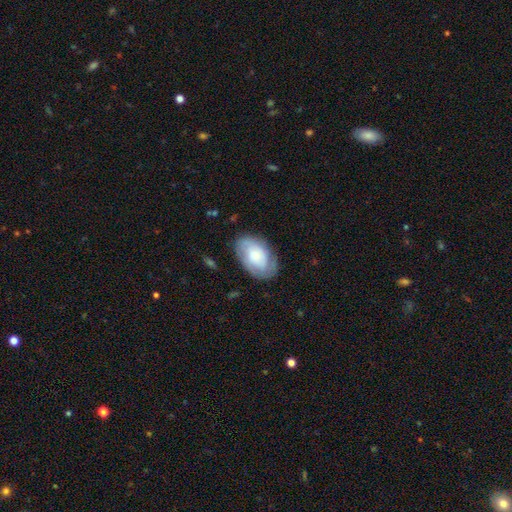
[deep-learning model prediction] Smooth or featured? Predicted: featured or disk (p=0.47). Merging? Predicted: none (p=0.74).